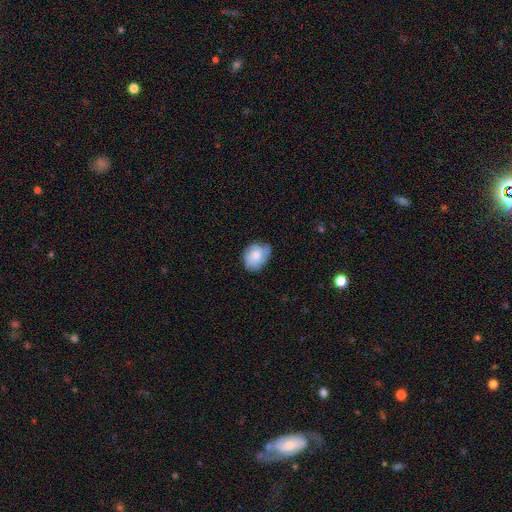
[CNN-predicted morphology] This appears to be a smooth galaxy with no disk features (61%) that is in between round and cigar-shaped (58%). Merging: none (60%).